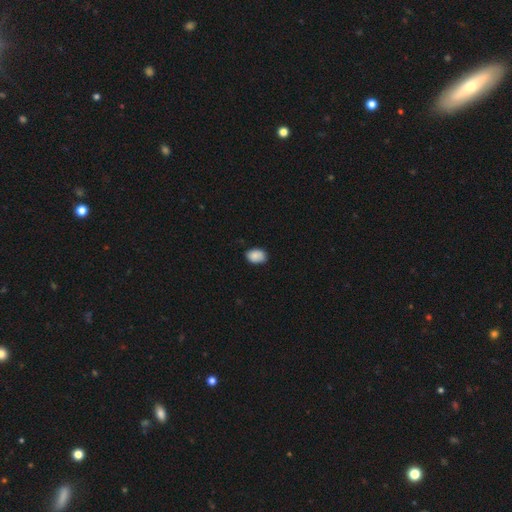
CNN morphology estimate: The model was most divided on "merging": none: 77%, minor disturbance: 19%, major disturbance: 2%, merger: 1%. More confident: smooth or featured — smooth (87%); how rounded — in between (82%).